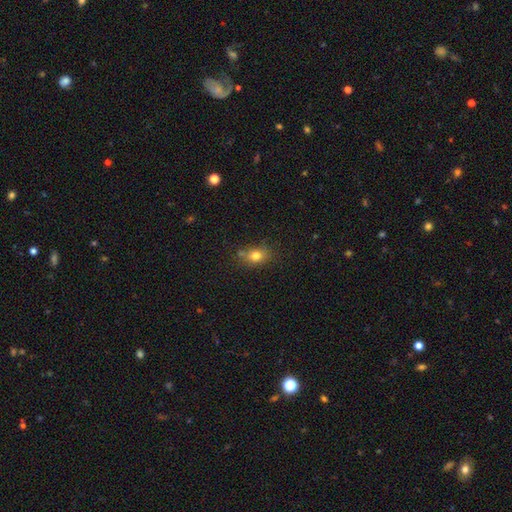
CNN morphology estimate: smooth_or_featured: smooth (p=0.77) [alt: star or artifact p=0.12]
how_rounded: in between (p=0.58) [alt: round p=0.39]
merging: none (p=0.64) [alt: minor disturbance p=0.20]